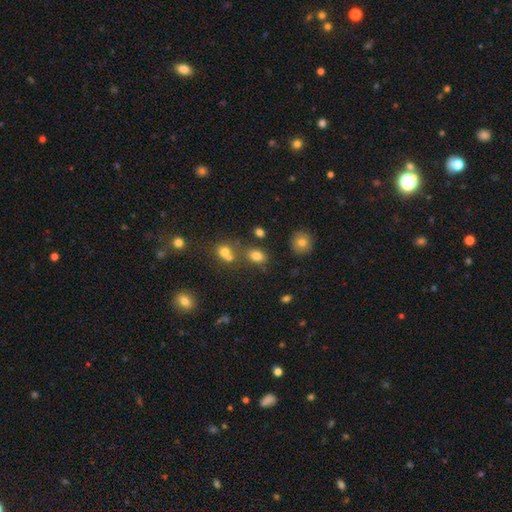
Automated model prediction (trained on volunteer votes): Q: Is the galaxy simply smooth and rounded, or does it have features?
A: smooth — 78%.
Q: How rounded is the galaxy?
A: in between — 77%.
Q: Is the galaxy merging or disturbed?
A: none — 66%.